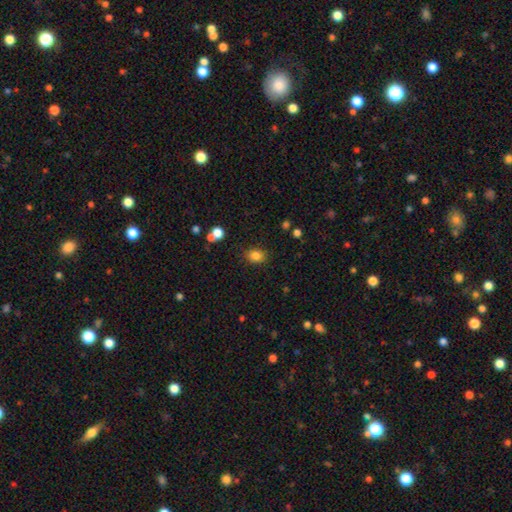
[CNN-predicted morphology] A smooth galaxy with no disk features (83%) that is in between round and cigar-shaped (58%).

Vote fractions:
- Smooth or featured? smooth: 83% / star or artifact: 11% / featured or disk: 6%
- How rounded? in between: 58% / round: 41% / cigar-shaped: 1%
- Merging? none: 84% / minor disturbance: 10% / major disturbance: 3% / merger: 3%